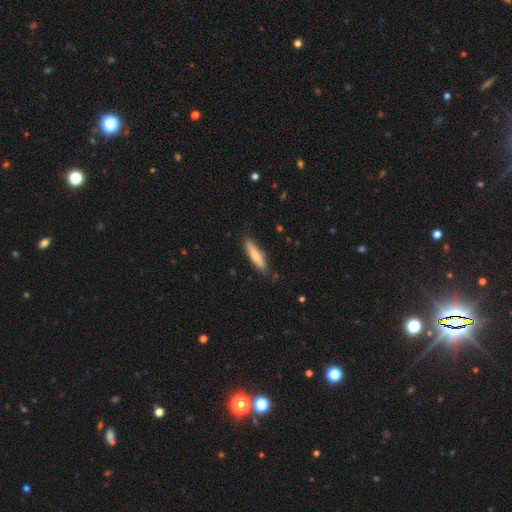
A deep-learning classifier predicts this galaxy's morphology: smooth_or_featured: smooth (p=0.74) [alt: featured or disk p=0.20]
how_rounded: cigar-shaped (p=0.80) [alt: in between p=0.19]
merging: none (p=0.83) [alt: minor disturbance p=0.13]